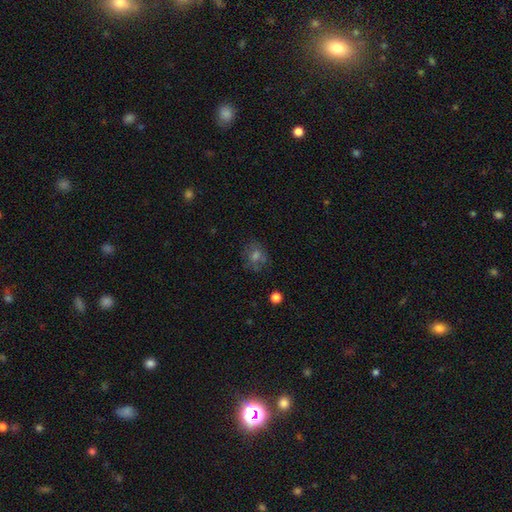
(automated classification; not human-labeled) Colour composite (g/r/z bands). It shows a smooth galaxy with no disk features (49%). Merging: none (70%).